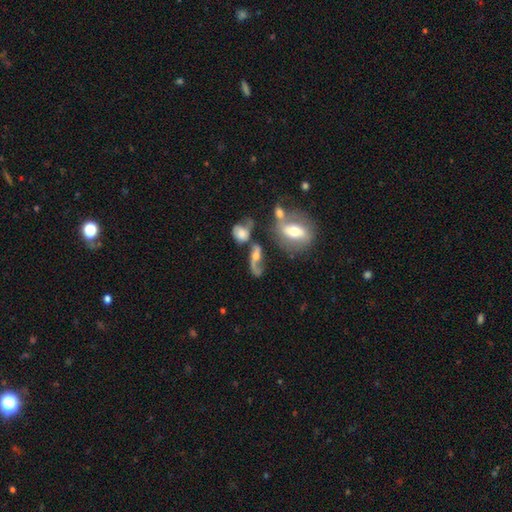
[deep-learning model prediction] The model was most divided on "merging": none: 33%, merger: 28%, major disturbance: 23%, minor disturbance: 16%. Remaining: edge-on disk — no (88%); spiral arms — yes (71%); bar — no (63%); smooth or featured — featured or disk (58%); bulge size — moderate (50%).